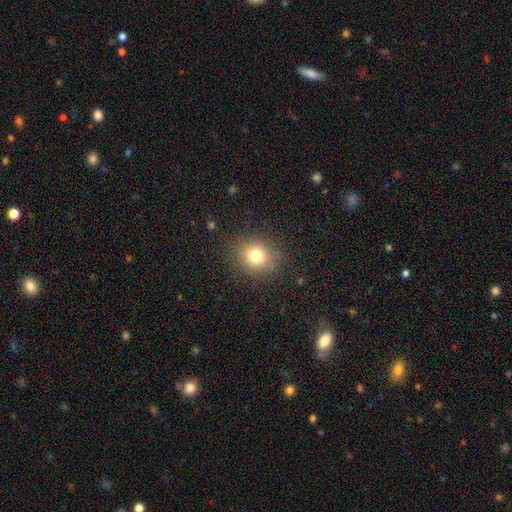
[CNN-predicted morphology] Smooth or featured? Predicted: smooth (p=0.77). How rounded? Predicted: round (p=0.81). Merging? Predicted: none (p=0.85).